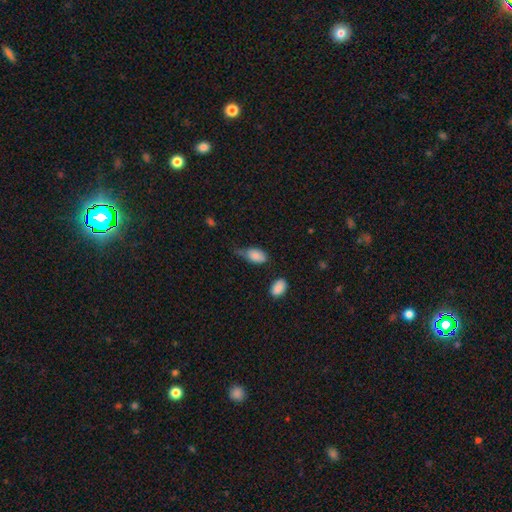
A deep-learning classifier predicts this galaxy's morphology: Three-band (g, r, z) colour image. It shows a smooth galaxy with no disk features (81%) that is in between round and cigar-shaped (91%). Merging: minor disturbance (43%).